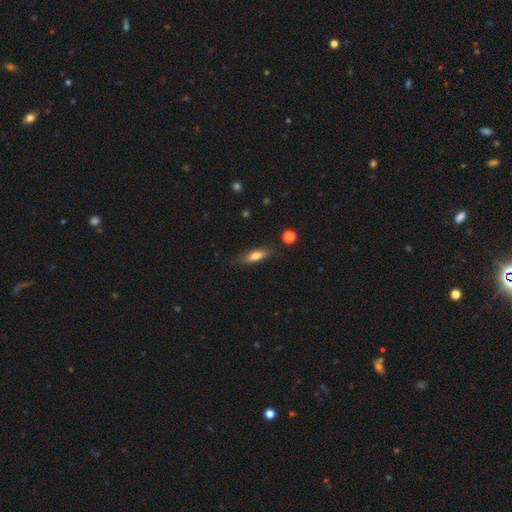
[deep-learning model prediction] Q: Smooth or featured?
A: smooth (66%); runner-up: featured or disk (27%)
Q: How rounded?
A: cigar-shaped (53%); runner-up: in between (44%)
Q: Merging?
A: none (84%); runner-up: minor disturbance (12%)